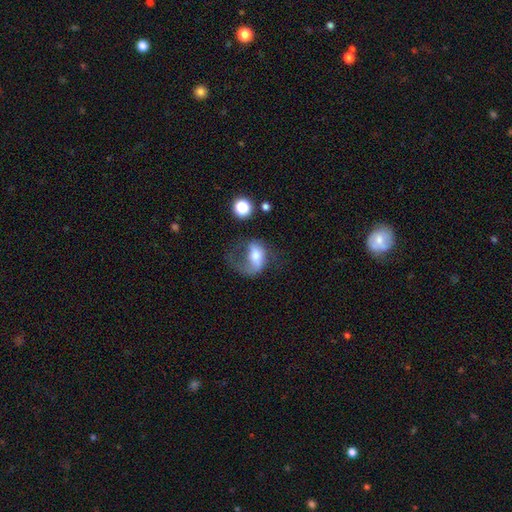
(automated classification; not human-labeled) Overall: featured or disk (54%; smooth 36%). Edge-on disk: no (95%). Bar: no (47%; weak 34%). Spiral arms: yes (72%). Bulge size: moderate (55%; small 21%). Merging: major disturbance (52%; none 25%).